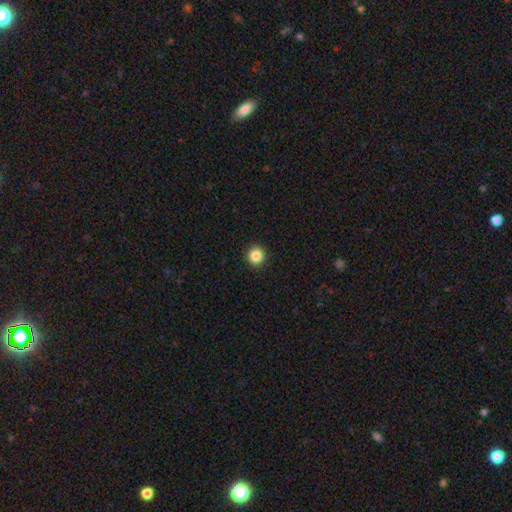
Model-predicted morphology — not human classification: This appears to be a smooth galaxy with no disk features (86%) that is round (93%). Merging: none (93%).